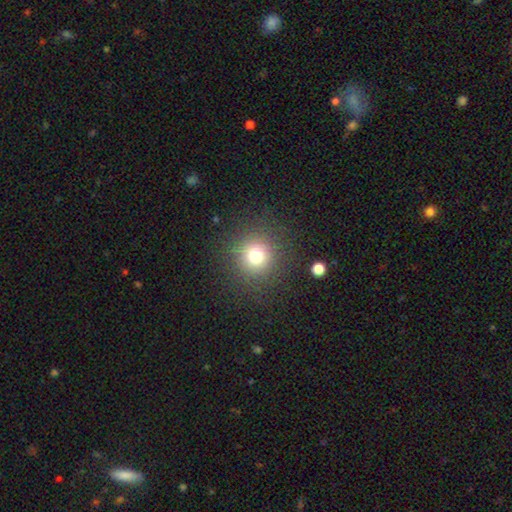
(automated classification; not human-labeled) Overall: smooth (74%). How rounded: round (94%). Merging: none (87%).